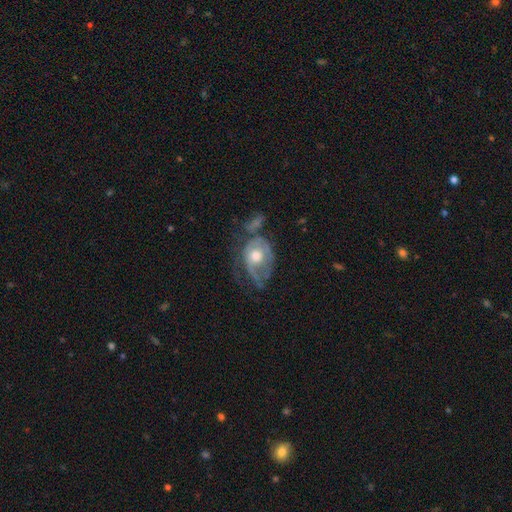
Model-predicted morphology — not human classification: Overall: featured or disk (66%; smooth 27%). Edge-on disk: no (95%). Bar: no (81%). Spiral arms: yes (63%; no 37%). Bulge size: moderate (66%). Merging: major disturbance (38%; none 27%).